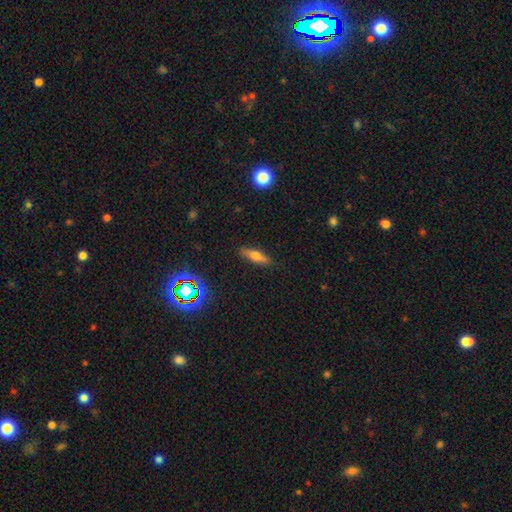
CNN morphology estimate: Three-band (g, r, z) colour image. It shows a smooth galaxy with no disk features (55%) that is cigar-shaped (62%). Merging: none (87%).